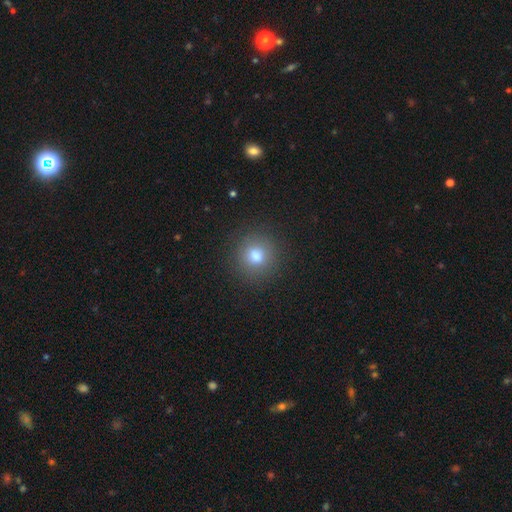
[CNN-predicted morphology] smooth 79%, star or artifact 13%, featured or disk 8%. Down the decision tree: how rounded — round (87%); merging — none (88%).